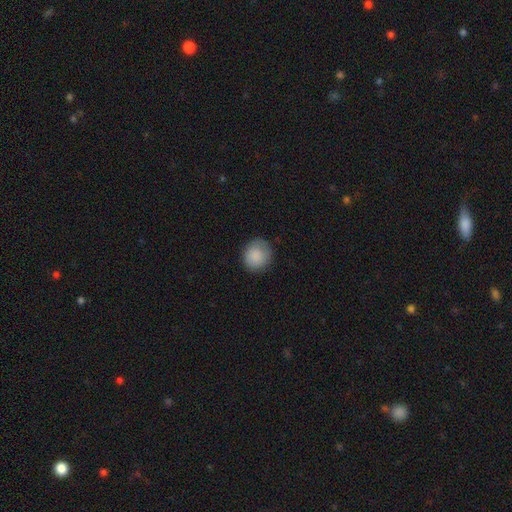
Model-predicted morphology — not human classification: Smooth or featured?
  - smooth: 87% *
  - star or artifact: 7%
  - featured or disk: 6%
How rounded?
  - round: 85% *
  - in between: 15%
  - cigar-shaped: 1%
Merging?
  - none: 81% *
  - minor disturbance: 15%
  - major disturbance: 4%
  - merger: 1%